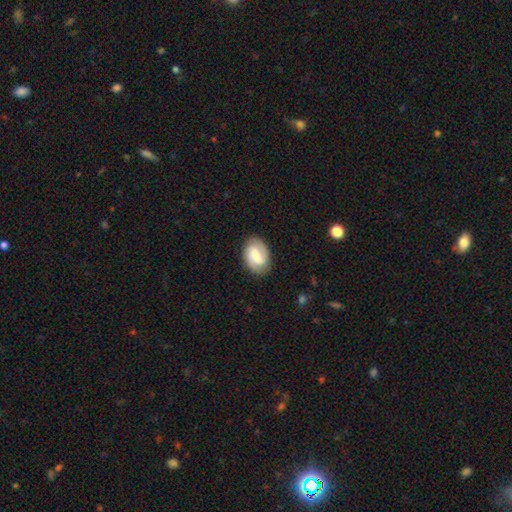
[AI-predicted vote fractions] A featured or disk galaxy (64%) with a weak bar (49%), 2 (78%) tight (42%, tied with medium) spiral arms (92%) and a small central bulge (38%).

Vote fractions:
- Smooth or featured? featured or disk: 64% / smooth: 29% / star or artifact: 7%
- Edge-on disk? no: 97% / yes: 3%
- Bar? weak: 49% / no: 28% / strong: 23%
- Spiral arms? yes: 92% / no: 8%
- Spiral winding? tight: 42% (tied) / medium: 42% (tied) / loose: 16%
- Spiral arm count? 2: 78% / can't tell: 10% / 3: 5% / 1: 4% / 4: 2% / more than 4: 2%
- Bulge size? small: 38% / moderate: 29% / none: 19% / large: 11% / dominant: 3%
- Merging? none: 82% / minor disturbance: 13% / major disturbance: 4% / merger: 1%